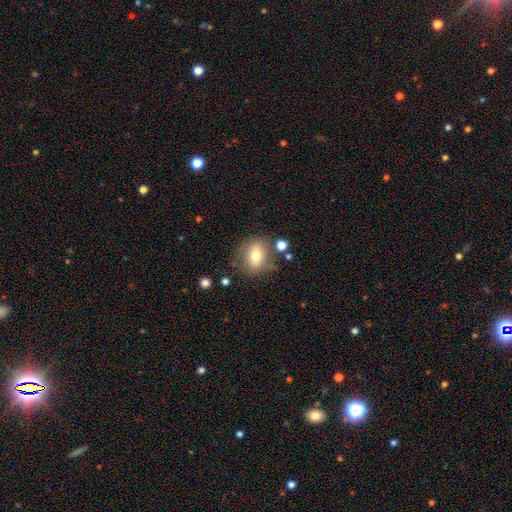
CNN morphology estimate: Overall: smooth (64%; featured or disk 26%). How rounded: round (50%; in between 48%). Merging: none (71%).